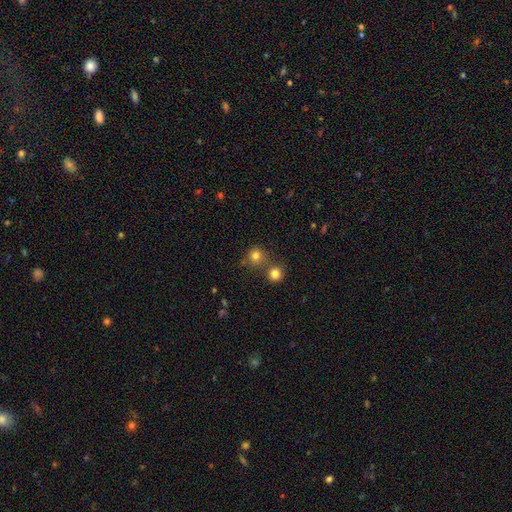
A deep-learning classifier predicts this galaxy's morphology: A smooth galaxy with no disk features (79%) that is round (90%).

Vote fractions:
- Smooth or featured? smooth: 79% / star or artifact: 14% / featured or disk: 7%
- How rounded? round: 90% / in between: 9% / cigar-shaped: 1%
- Merging? none: 64% / merger: 25% / minor disturbance: 8% / major disturbance: 3%